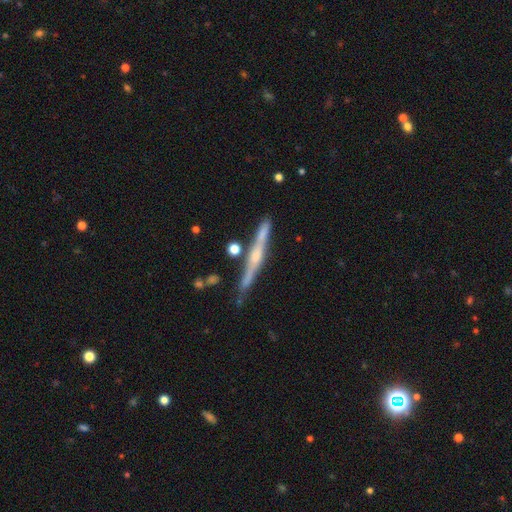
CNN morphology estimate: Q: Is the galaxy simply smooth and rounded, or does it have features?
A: featured or disk — 72%.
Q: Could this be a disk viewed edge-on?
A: yes — 97%.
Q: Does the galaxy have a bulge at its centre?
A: rounded — 66%.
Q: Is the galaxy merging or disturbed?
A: none — 79%.